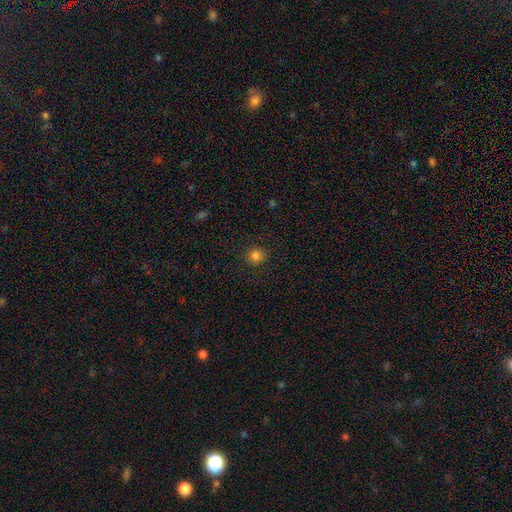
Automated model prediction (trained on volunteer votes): A smooth galaxy with no disk features (83%) that is round (92%). Merging: none (90%).